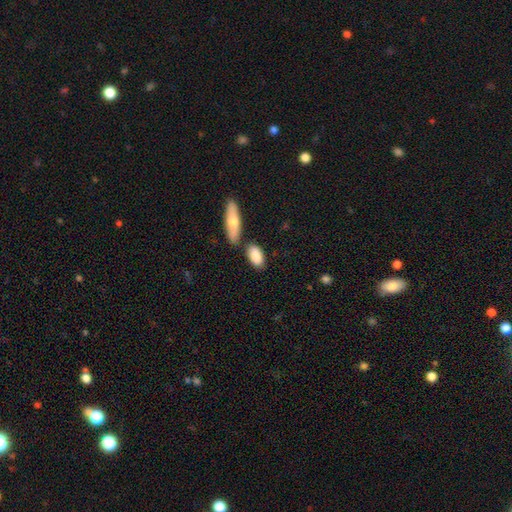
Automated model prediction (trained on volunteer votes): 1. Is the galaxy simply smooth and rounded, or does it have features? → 85% smooth, 10% featured or disk, 6% star or artifact.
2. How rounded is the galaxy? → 89% in between, 7% cigar-shaped, 4% round.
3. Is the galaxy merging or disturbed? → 71% none, 13% merger, 13% minor disturbance, 3% major disturbance.